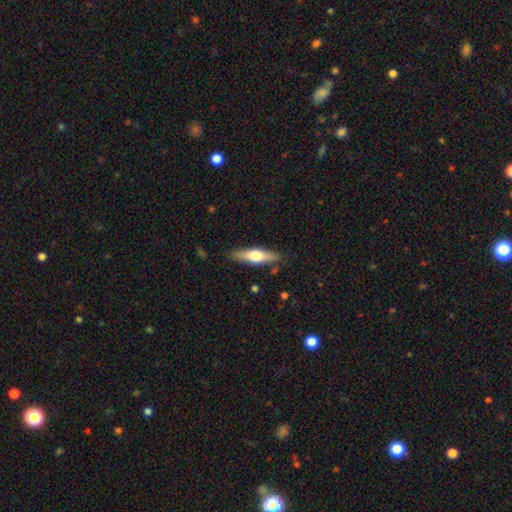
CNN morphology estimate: Q: Smooth or featured?
A: smooth (50%); runner-up: featured or disk (45%)
Q: Merging?
A: none (86%); runner-up: minor disturbance (10%)